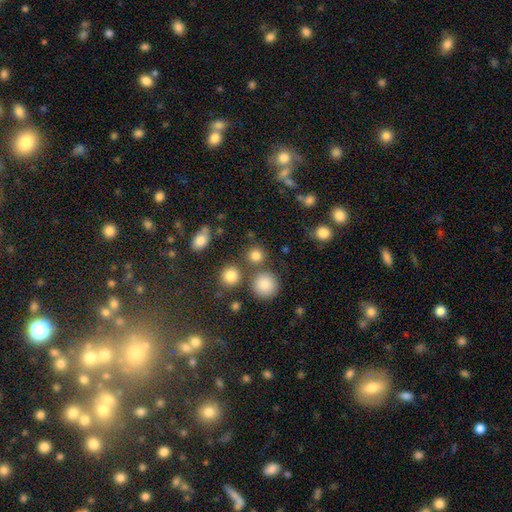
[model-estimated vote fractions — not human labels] smooth 81%, star or artifact 13%, featured or disk 6%. Down the decision tree: how rounded — round (88%); merging — none (76%).